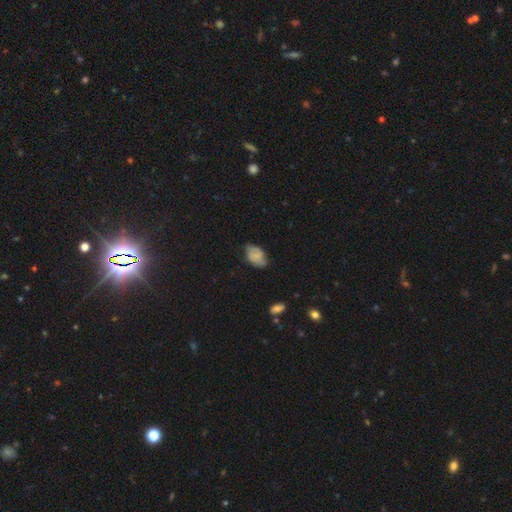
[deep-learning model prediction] The model was most divided on "smooth or featured": smooth: 58%, featured or disk: 33%, star or artifact: 9%. More confident: how rounded — in between (88%); merging — none (65%).